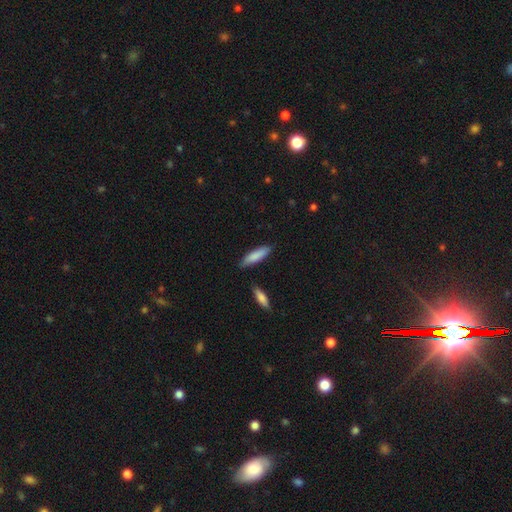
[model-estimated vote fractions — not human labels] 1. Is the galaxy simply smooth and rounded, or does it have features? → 84% smooth, 10% featured or disk, 5% star or artifact.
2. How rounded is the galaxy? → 68% cigar-shaped, 31% in between, 1% round.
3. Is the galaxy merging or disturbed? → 83% none, 12% minor disturbance, 3% merger, 2% major disturbance.